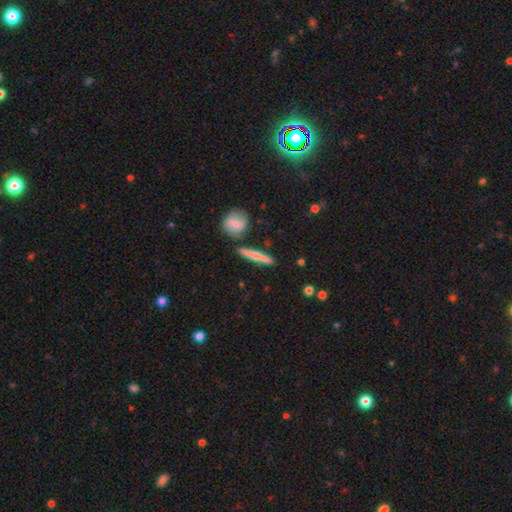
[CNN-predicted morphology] Smooth or featured? Predicted: smooth (p=0.55). How rounded? Predicted: cigar-shaped (p=0.89). Merging? Predicted: none (p=0.82).